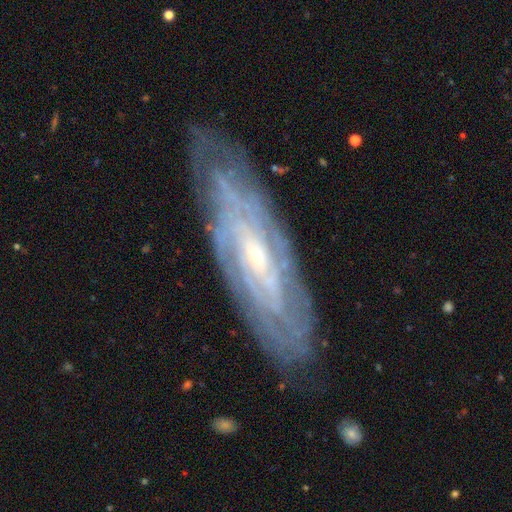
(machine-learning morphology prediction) smooth_or_featured: featured or disk (p=0.83) [alt: smooth p=0.11]
disk_edge_on: no (p=0.79) [alt: yes p=0.21]
bar: no (p=0.46) [alt: weak p=0.37]
has_spiral_arms: yes (p=0.89) [alt: no p=0.11]
spiral_winding: tight (p=0.75) [alt: medium p=0.20]
spiral_arm_count: can't tell (p=0.61) [alt: 2 p=0.12]
bulge_size: small (p=0.65) [alt: moderate p=0.31]
merging: none (p=0.79) [alt: minor disturbance p=0.16]